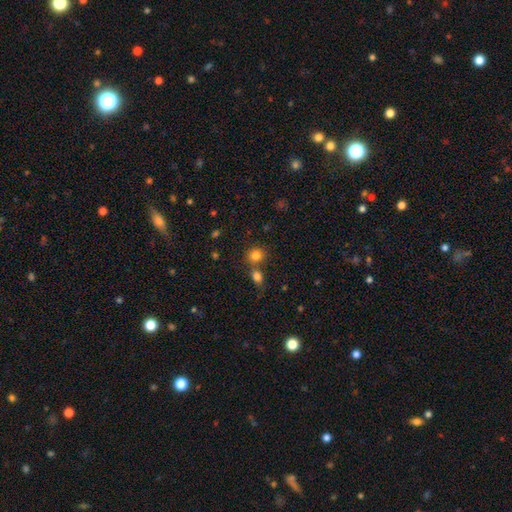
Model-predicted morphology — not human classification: A smooth galaxy with no disk features (81%) that is round (76%).

Vote fractions:
- Smooth or featured? smooth: 81% / star or artifact: 13% / featured or disk: 6%
- How rounded? round: 76% / in between: 23% / cigar-shaped: 1%
- Merging? none: 59% / merger: 30% / minor disturbance: 9% / major disturbance: 3%